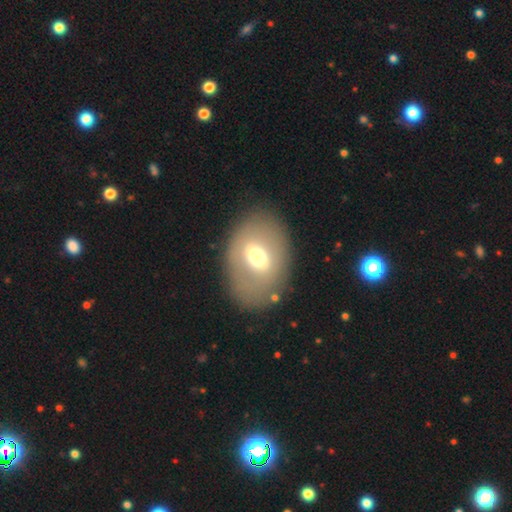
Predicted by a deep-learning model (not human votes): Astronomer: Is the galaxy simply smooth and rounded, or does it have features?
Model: smooth — 49% (runner-up: featured or disk, 42%).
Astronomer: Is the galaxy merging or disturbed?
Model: none — 80%.